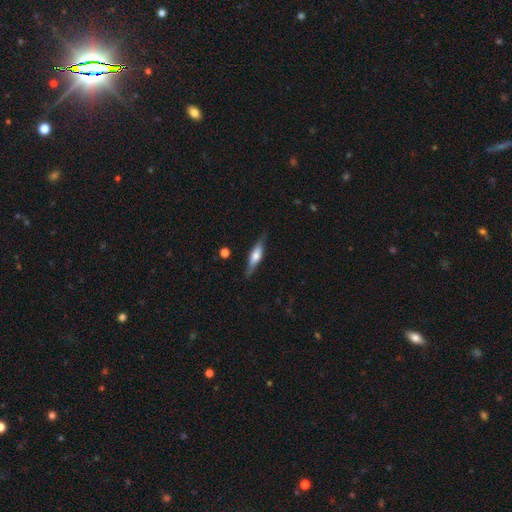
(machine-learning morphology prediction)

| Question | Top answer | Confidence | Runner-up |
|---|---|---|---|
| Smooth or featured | featured or disk | 47% | tied: smooth (47%) |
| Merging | none | 81% | minor disturbance (14%) |